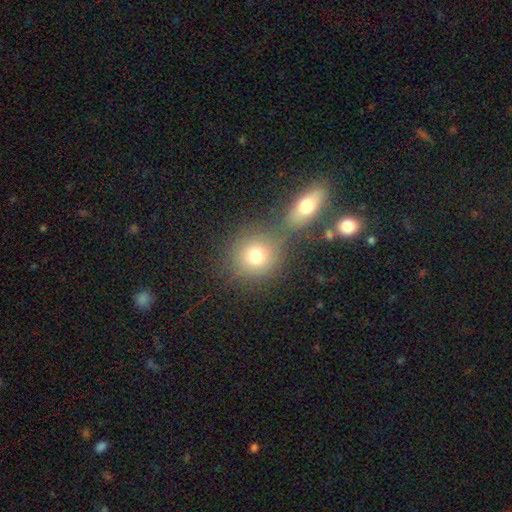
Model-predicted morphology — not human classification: A smooth galaxy with no disk features (75%) that is round (86%). Merging: none (60%).